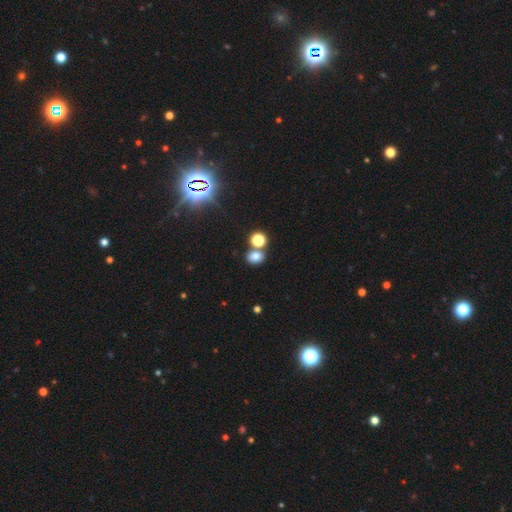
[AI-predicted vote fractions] Smooth or featured? Predicted: smooth (p=0.75). How rounded? Predicted: round (p=0.51). Merging? Predicted: none (p=0.64).